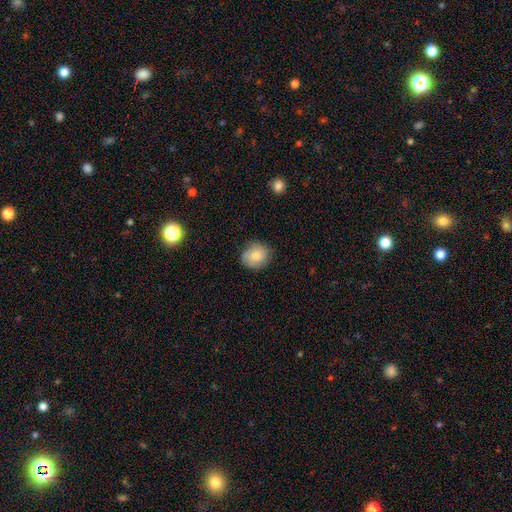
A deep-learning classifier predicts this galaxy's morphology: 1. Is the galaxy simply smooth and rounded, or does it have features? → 77% smooth, 15% featured or disk, 8% star or artifact.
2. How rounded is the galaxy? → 70% round, 29% in between, 1% cigar-shaped.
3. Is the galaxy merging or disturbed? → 76% none, 19% minor disturbance, 4% major disturbance, 1% merger.